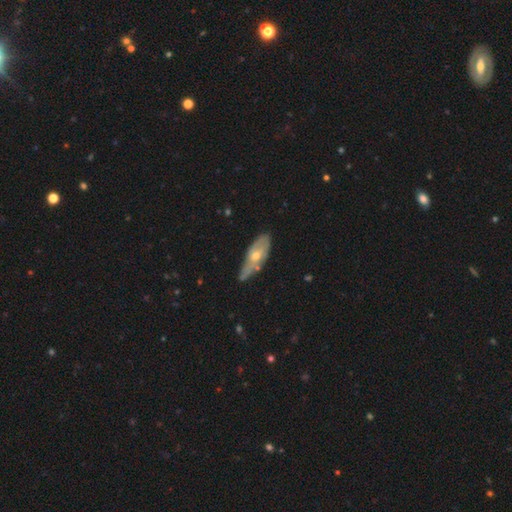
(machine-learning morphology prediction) Smooth or featured? Predicted: featured or disk (p=0.55). Edge-on disk? Predicted: no (p=0.67). Merging? Predicted: none (p=0.56).